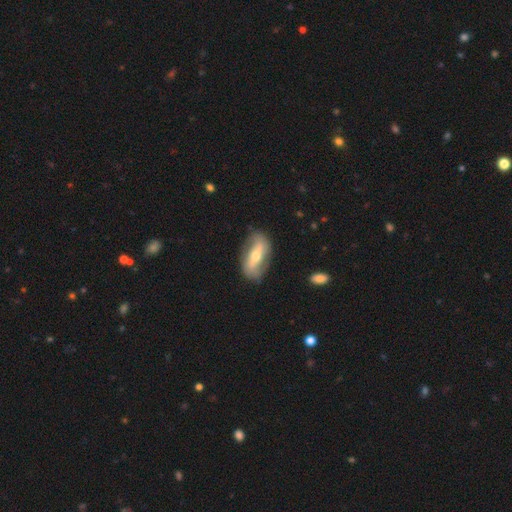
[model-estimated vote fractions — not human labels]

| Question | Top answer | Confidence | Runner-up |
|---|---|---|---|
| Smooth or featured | featured or disk | 63% | smooth (31%) |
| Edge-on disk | no | 83% | yes (17%) |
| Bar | strong | 55% | weak (25%) |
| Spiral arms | yes | 60% | no (40%) |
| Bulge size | moderate | 59% | small (34%) |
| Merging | none | 78% | minor disturbance (15%) |